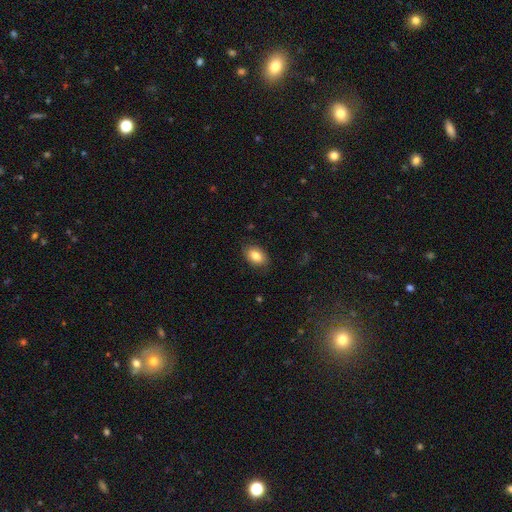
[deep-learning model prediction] smooth-or-featured: smooth: 83% | featured or disk: 9% | star or artifact: 8%
  how-rounded: in between: 85% | round: 13% | cigar-shaped: 1%
  merging: none: 84% | minor disturbance: 12% | major disturbance: 3% | merger: 1%